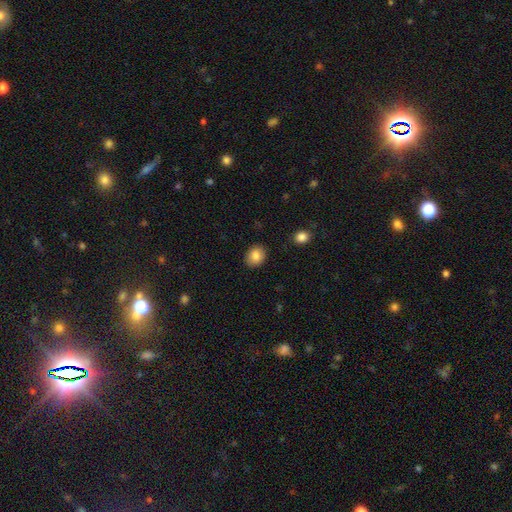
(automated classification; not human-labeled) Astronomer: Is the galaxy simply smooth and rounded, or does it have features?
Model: smooth — 85%.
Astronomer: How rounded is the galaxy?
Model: round — 54% (runner-up: in between, 46%).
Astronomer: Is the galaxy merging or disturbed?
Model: none — 88%.